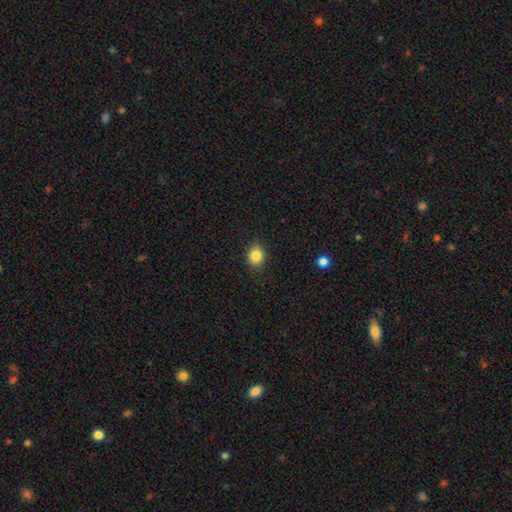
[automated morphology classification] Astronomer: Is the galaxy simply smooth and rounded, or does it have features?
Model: smooth — 84%.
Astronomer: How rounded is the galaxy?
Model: round — 63%.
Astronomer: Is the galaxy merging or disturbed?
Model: none — 86%.